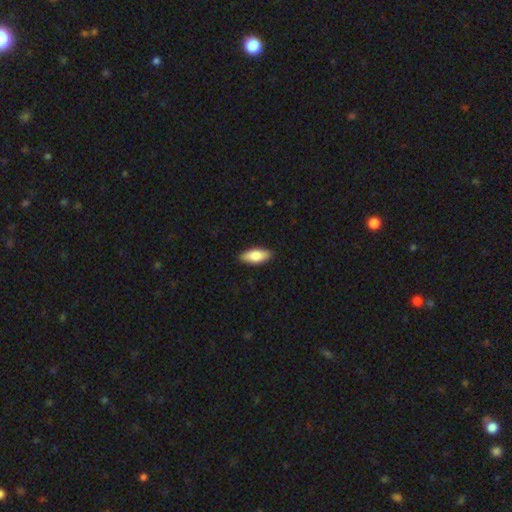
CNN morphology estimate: smooth 81%, featured or disk 13%, star or artifact 6%. Down the decision tree: how rounded — in between (83%); merging — none (90%).